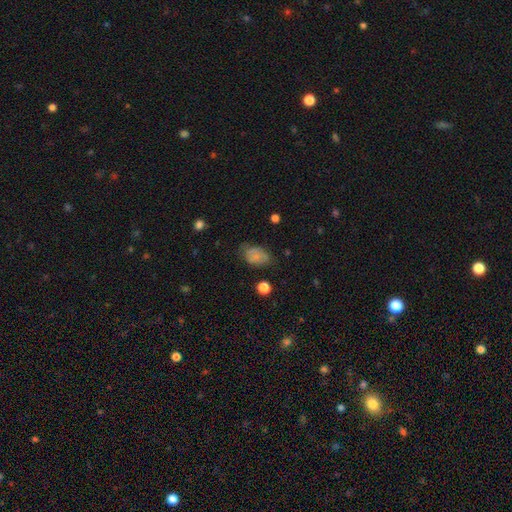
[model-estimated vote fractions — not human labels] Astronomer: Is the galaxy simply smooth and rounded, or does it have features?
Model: smooth — 70%.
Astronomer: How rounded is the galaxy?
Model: in between — 84%.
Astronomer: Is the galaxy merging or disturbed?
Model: none — 53% (runner-up: minor disturbance, 32%).